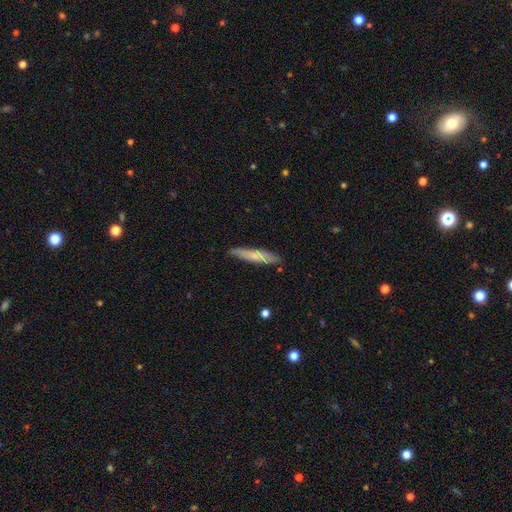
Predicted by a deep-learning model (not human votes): smooth 60%, featured or disk 34%, star or artifact 6%. Down the decision tree: how rounded — cigar-shaped (88%); merging — none (84%).